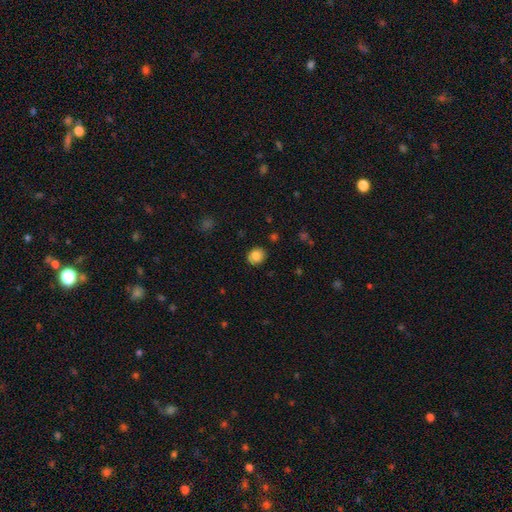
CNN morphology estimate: Smooth or featured?
  - smooth: 84% *
  - star or artifact: 9%
  - featured or disk: 7%
How rounded?
  - round: 71% *
  - in between: 29%
  - cigar-shaped: 1%
Merging?
  - none: 88% *
  - minor disturbance: 8%
  - major disturbance: 2%
  - merger: 1%